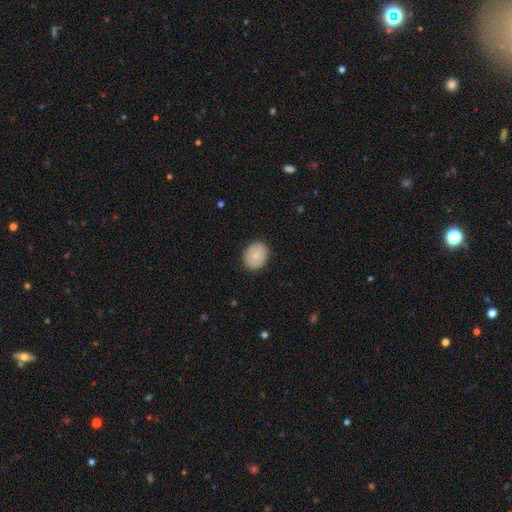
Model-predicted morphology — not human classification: smooth_or_featured: smooth (p=0.85) [alt: featured or disk p=0.08]
how_rounded: round (p=0.58) [alt: in between p=0.41]
merging: none (p=0.88) [alt: minor disturbance p=0.09]